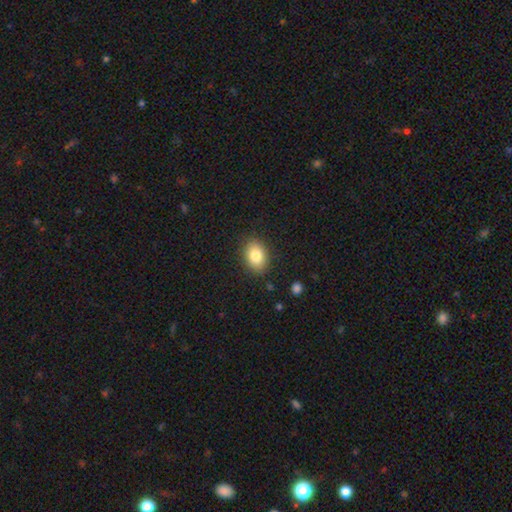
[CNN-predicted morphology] A smooth galaxy with no disk features (82%) that is in between round and cigar-shaped (77%). Merging: none (86%).